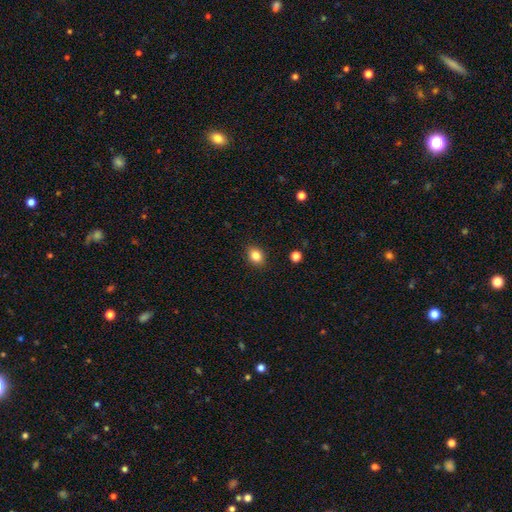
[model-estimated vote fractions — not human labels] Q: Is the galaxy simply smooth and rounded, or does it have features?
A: smooth — 84%.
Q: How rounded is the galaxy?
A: in between — 57%.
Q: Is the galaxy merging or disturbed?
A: none — 88%.